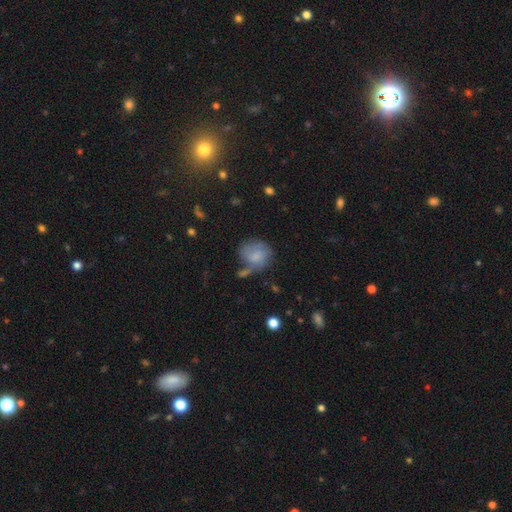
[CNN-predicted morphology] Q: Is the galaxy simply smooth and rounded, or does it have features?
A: smooth — 60%.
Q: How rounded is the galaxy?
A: round — 71%.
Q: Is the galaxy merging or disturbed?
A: none — 43%.